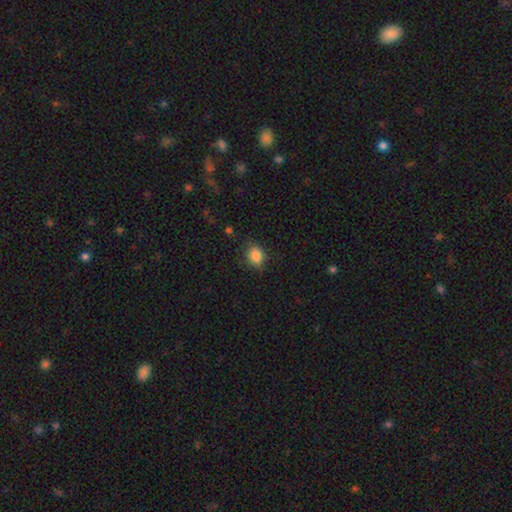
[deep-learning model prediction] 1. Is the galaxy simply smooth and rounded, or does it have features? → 85% smooth, 10% star or artifact, 5% featured or disk.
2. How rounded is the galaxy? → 53% in between, 46% round, 1% cigar-shaped.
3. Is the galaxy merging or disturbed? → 79% none, 16% minor disturbance, 4% major disturbance, 1% merger.